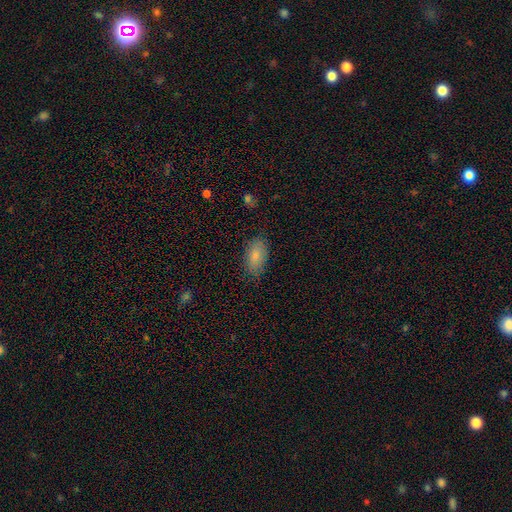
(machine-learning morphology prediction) Smooth or featured? smooth (83%)
How rounded? in between (92%)
Merging? none (84%)